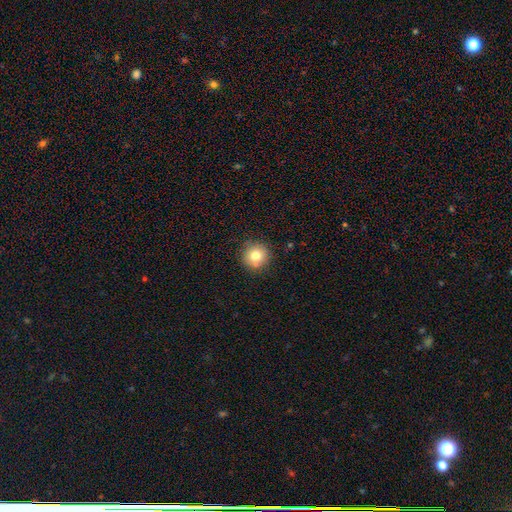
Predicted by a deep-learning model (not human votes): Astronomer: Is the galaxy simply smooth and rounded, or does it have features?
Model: smooth — 79%.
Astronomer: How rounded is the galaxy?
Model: round — 94%.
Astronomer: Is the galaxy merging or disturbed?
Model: none — 88%.